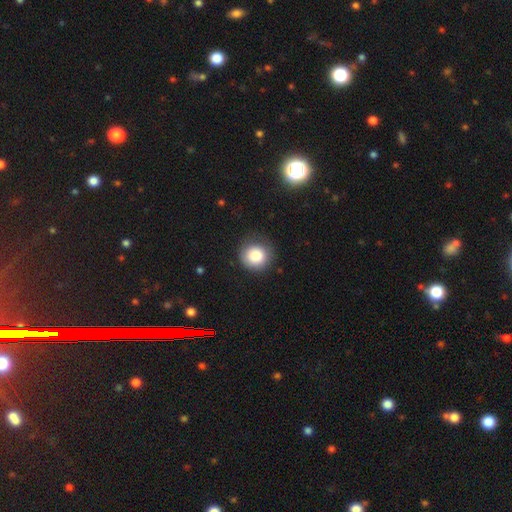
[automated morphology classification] smooth-or-featured: smooth: 84% | star or artifact: 9% | featured or disk: 7%
  how-rounded: round: 92% | in between: 7% | cigar-shaped: 1%
  merging: none: 81% | minor disturbance: 13% | major disturbance: 5% | merger: 1%